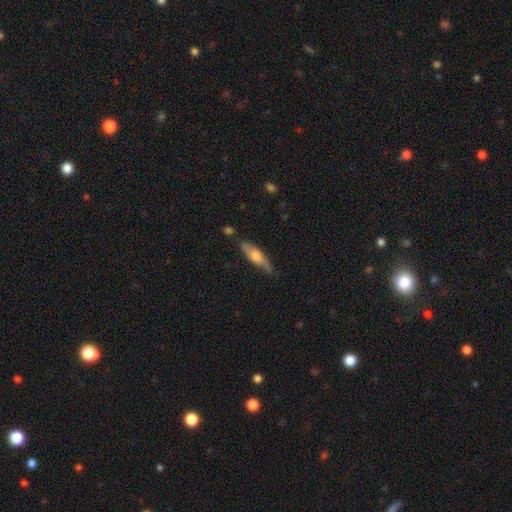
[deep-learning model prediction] The model was most divided on "smooth or featured": smooth: 55%, featured or disk: 39%, star or artifact: 6%. More confident: merging — none (69%); how rounded — cigar-shaped (58%).